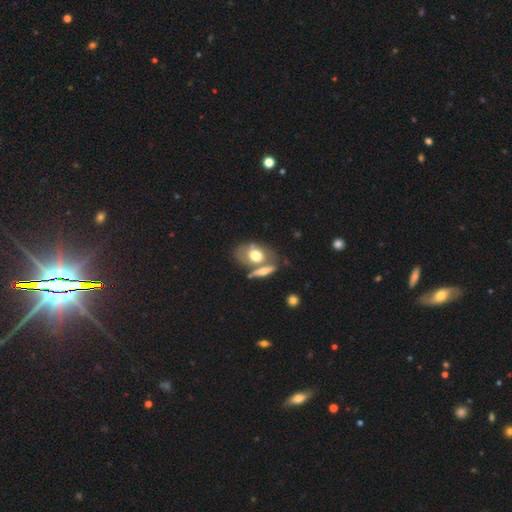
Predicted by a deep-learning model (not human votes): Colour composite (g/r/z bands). It shows a smooth galaxy with no disk features (58%) that is in between round and cigar-shaped (75%). Merging: none (42%).